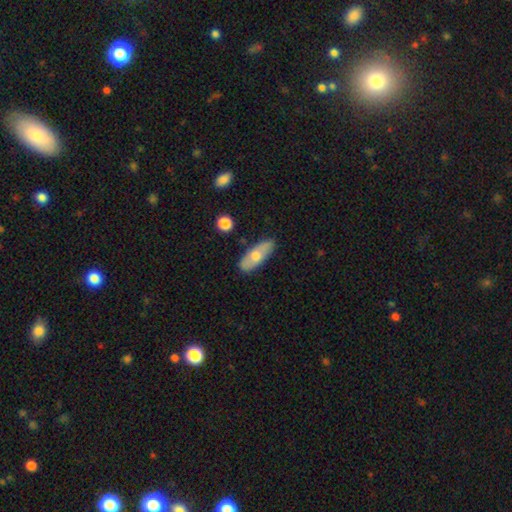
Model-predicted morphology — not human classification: Smooth or featured: smooth — 60% (featured or disk — 35%)
How rounded: in between — 77% (cigar-shaped — 19%)
Merging: none — 80% (minor disturbance — 15%)